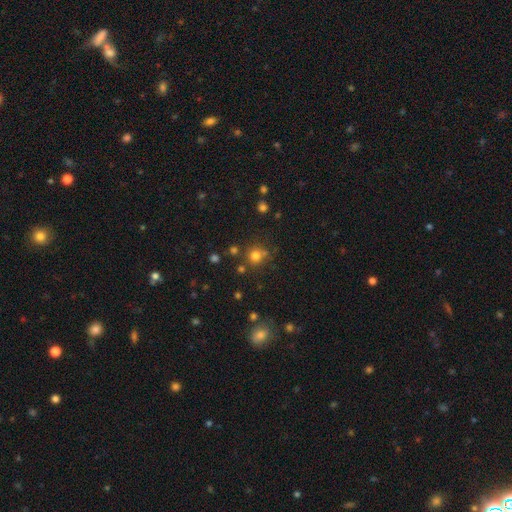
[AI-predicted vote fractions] This appears to be a smooth galaxy with no disk features (74%) that is round (90%). Merging: none (72%).